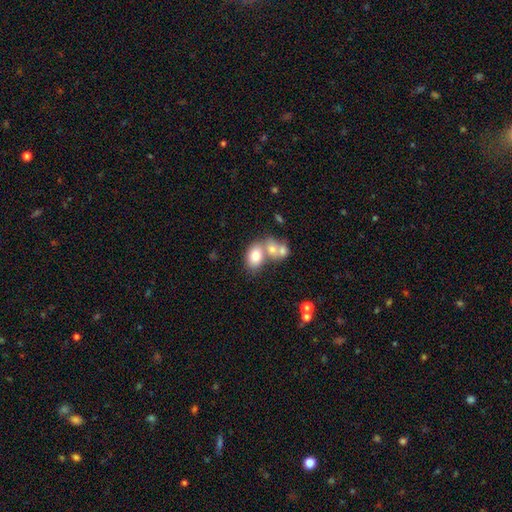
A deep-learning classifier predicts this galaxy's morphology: smooth 75%, featured or disk 16%, star or artifact 9%. Down the decision tree: how rounded — in between (77%); merging — merger (53%).